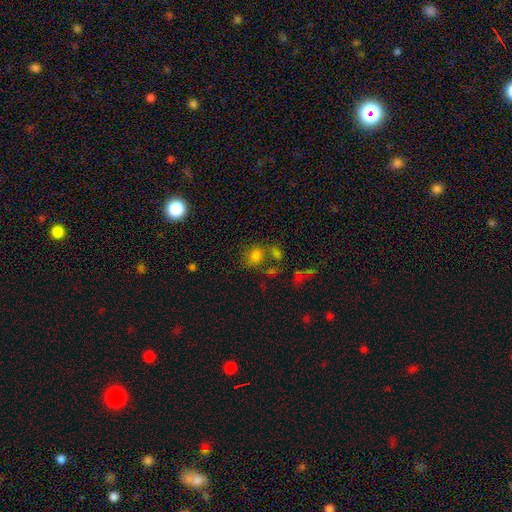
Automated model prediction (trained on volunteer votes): Smooth or featured?
  - smooth: 72% *
  - star or artifact: 16%
  - featured or disk: 11%
How rounded?
  - round: 52% *
  - in between: 46%
  - cigar-shaped: 2%
Merging?
  - none: 48% *
  - merger: 27%
  - minor disturbance: 15%
  - major disturbance: 10%